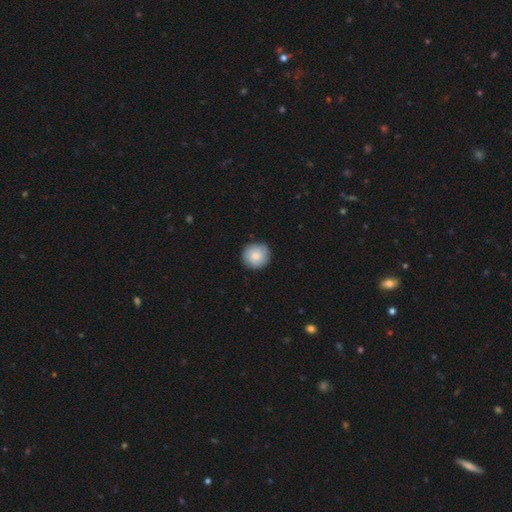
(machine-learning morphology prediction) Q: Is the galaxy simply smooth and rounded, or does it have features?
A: smooth — 76%.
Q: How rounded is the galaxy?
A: round — 94%.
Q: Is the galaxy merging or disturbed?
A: none — 87%.